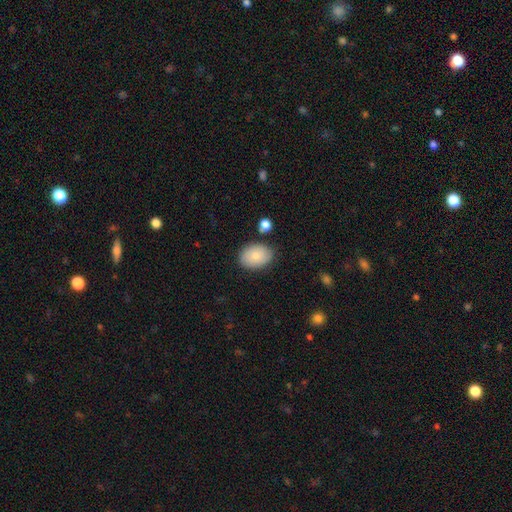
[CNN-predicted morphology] A smooth galaxy with no disk features (81%) that is in between round and cigar-shaped (79%). Merging: none (79%).